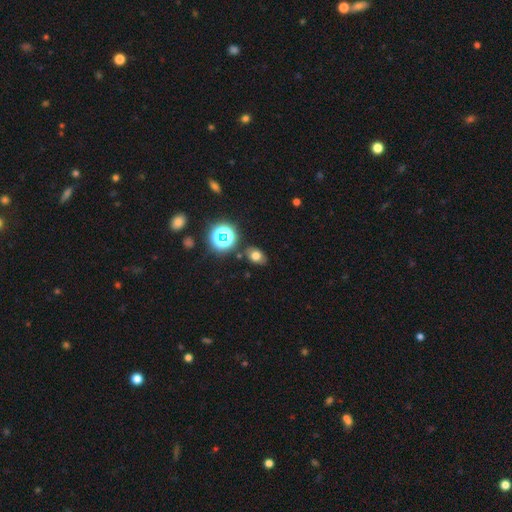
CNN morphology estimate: Q: Smooth or featured?
A: smooth (66%); runner-up: star or artifact (22%)
Q: How rounded?
A: in between (72%); runner-up: round (27%)
Q: Merging?
A: none (79%); runner-up: minor disturbance (13%)